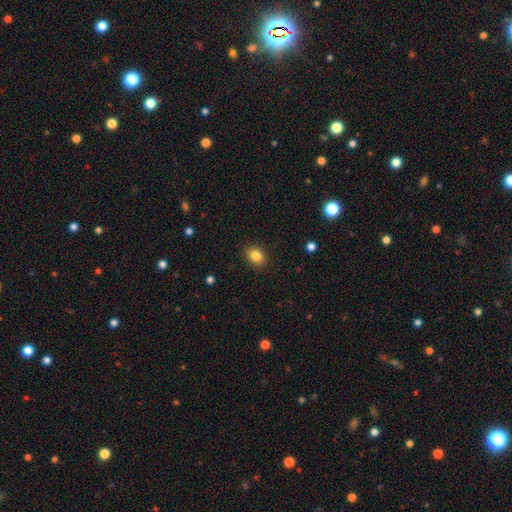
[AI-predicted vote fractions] This is clearly a smooth galaxy (84%). How rounded: possibly round (52%). Merging: clearly none (90%).